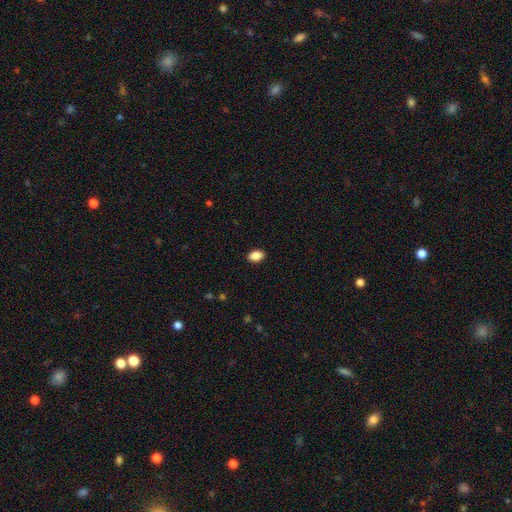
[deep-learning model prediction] Morphology: type=smooth (88%); roundness=in between (89%); merging=none (90%).